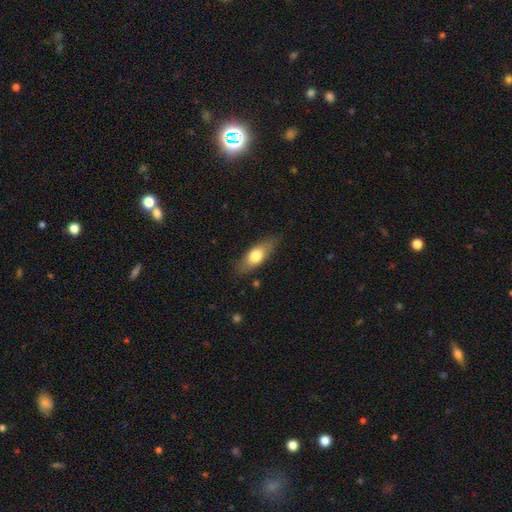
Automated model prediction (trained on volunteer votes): smooth_or_featured: smooth (p=0.69) [alt: featured or disk p=0.25]
how_rounded: in between (p=0.70) [alt: cigar-shaped p=0.26]
merging: none (p=0.78) [alt: minor disturbance p=0.16]